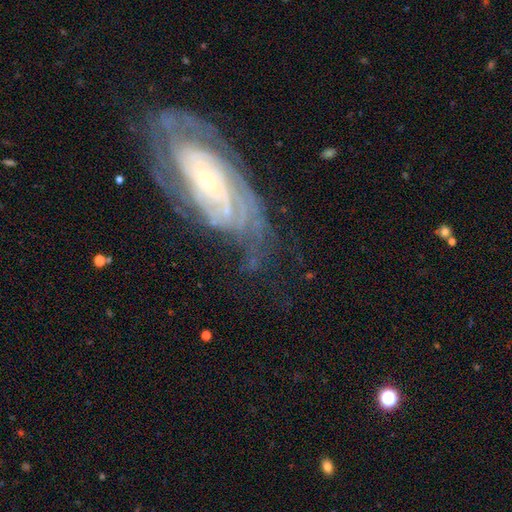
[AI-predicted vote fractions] smooth_or_featured: featured or disk (p=0.83) [alt: smooth p=0.10]
disk_edge_on: no (p=0.91) [alt: yes p=0.09]
bar: no (p=0.69) [alt: weak p=0.22]
has_spiral_arms: yes (p=0.92) [alt: no p=0.08]
spiral_winding: tight (p=0.73) [alt: medium p=0.21]
spiral_arm_count: can't tell (p=0.45) [alt: 2 p=0.21]
bulge_size: small (p=0.77) [alt: moderate p=0.17]
merging: none (p=0.66) [alt: minor disturbance p=0.20]